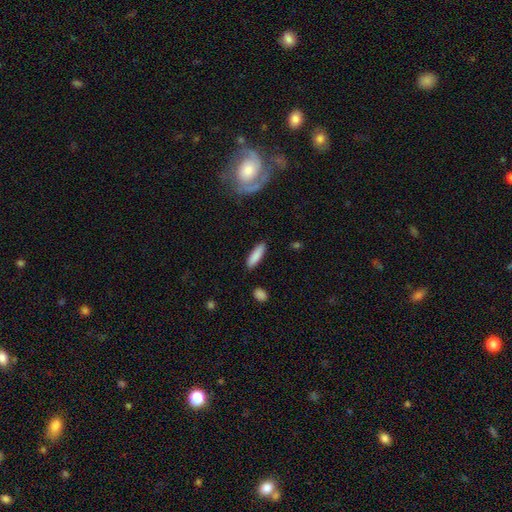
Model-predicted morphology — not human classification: type=smooth (87%); roundness=cigar-shaped (59%); merging=none (87%).